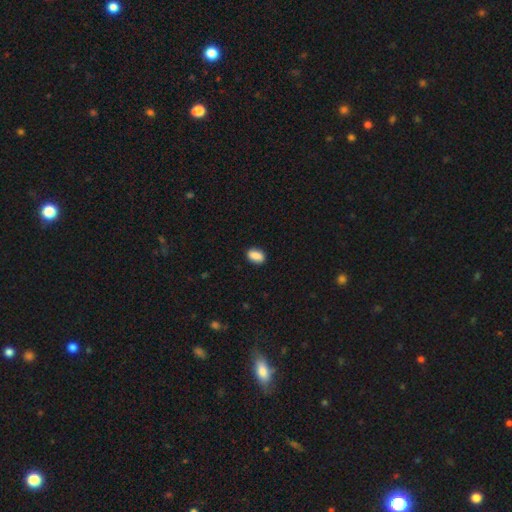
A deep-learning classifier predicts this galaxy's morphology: type=smooth (84%); roundness=in between (84%); merging=none (86%).